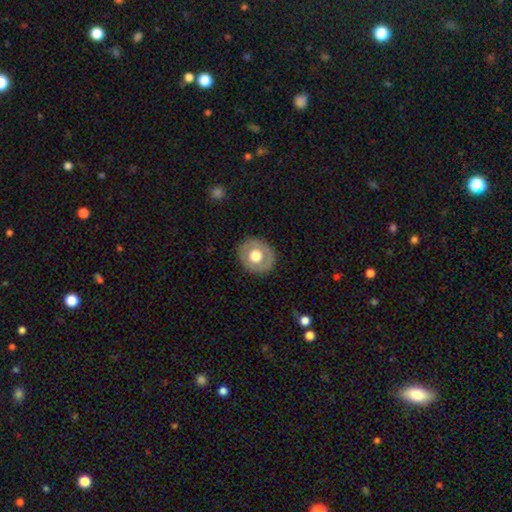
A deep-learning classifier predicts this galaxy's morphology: This is possibly a smooth galaxy (54%). How rounded: likely round (77%). Merging: clearly none (86%).